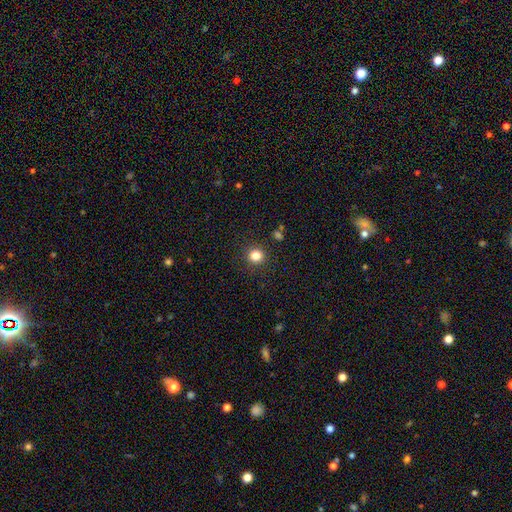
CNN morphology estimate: smooth-or-featured: smooth: 82% | star or artifact: 13% | featured or disk: 5%
  how-rounded: round: 90% | in between: 10% | cigar-shaped: 1%
  merging: none: 90% | minor disturbance: 6% | major disturbance: 2% | merger: 2%